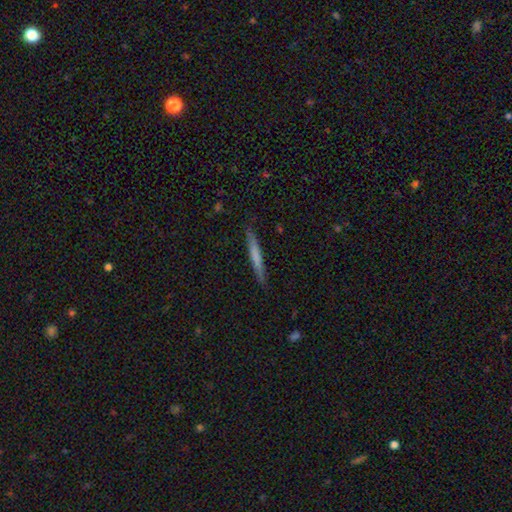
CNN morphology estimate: Smooth or featured?
  - smooth: 63% *
  - featured or disk: 32%
  - star or artifact: 6%
How rounded?
  - cigar-shaped: 96% *
  - in between: 3%
  - round: 1%
Merging?
  - none: 89% *
  - minor disturbance: 8%
  - major disturbance: 2%
  - merger: 1%